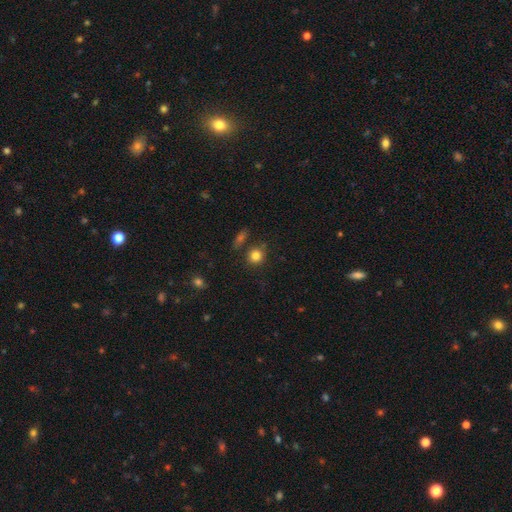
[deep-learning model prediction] Morphology: type=smooth (82%); roundness=round (86%); merging=none (76%).